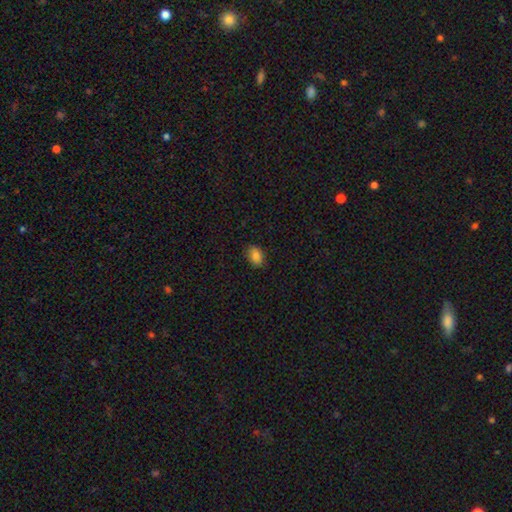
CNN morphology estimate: Smooth or featured?
  - smooth: 84% *
  - star or artifact: 10%
  - featured or disk: 6%
How rounded?
  - in between: 76% *
  - round: 23%
  - cigar-shaped: 1%
Merging?
  - none: 86% *
  - minor disturbance: 11%
  - major disturbance: 2%
  - merger: 1%